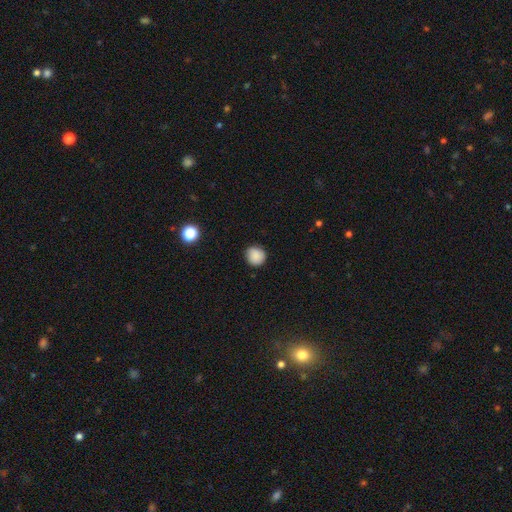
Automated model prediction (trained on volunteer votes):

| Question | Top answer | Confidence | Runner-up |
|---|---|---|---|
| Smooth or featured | smooth | 87% | star or artifact (9%) |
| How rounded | round | 90% | in between (9%) |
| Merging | none | 87% | minor disturbance (10%) |